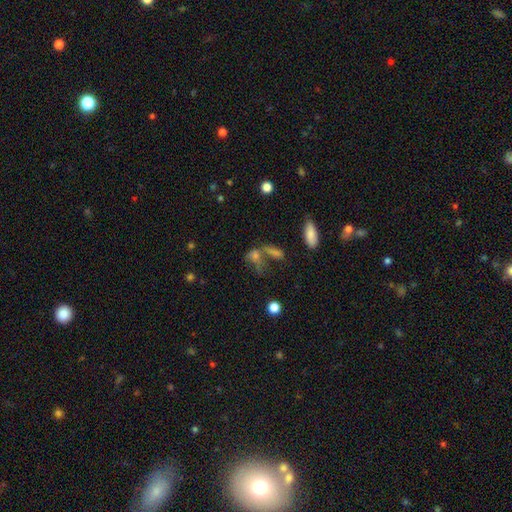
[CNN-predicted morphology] Smooth or featured? Predicted: smooth (p=0.51). How rounded? Predicted: in between (p=0.57). Merging? Predicted: none (p=0.36).